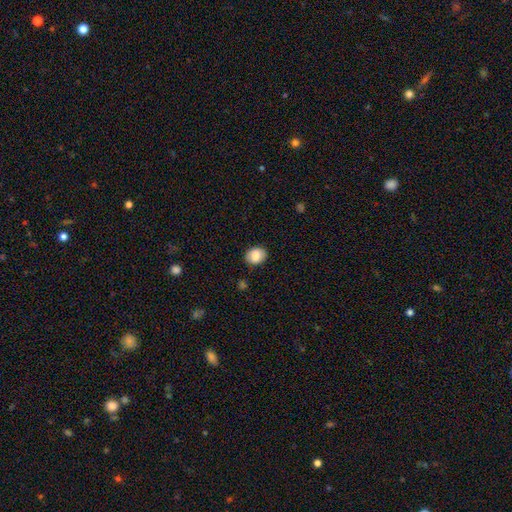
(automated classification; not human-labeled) smooth_or_featured: smooth (p=0.81) [alt: featured or disk p=0.11]
how_rounded: in between (p=0.58) [alt: round p=0.42]
merging: none (p=0.85) [alt: minor disturbance p=0.11]